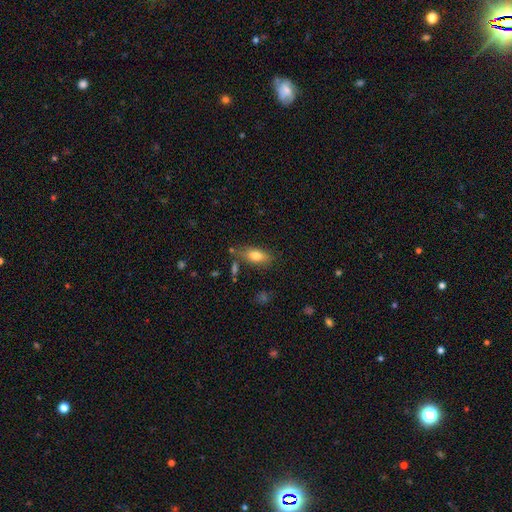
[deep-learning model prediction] This is likely a smooth galaxy (77%). How rounded: likely in between (80%). Merging: likely none (70%).